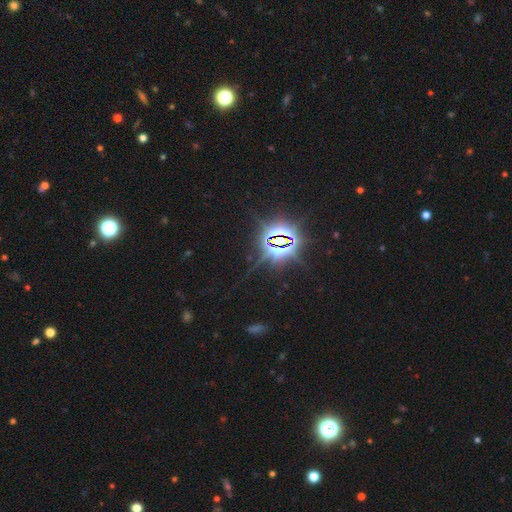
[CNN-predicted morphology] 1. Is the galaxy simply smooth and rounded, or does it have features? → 82% star or artifact, 11% smooth, 7% featured or disk.